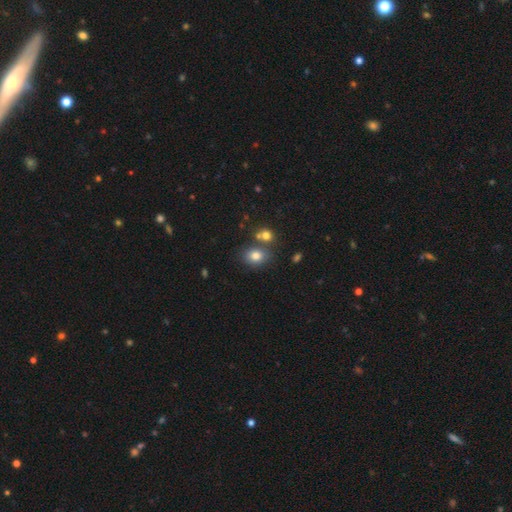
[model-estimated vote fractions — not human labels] Smooth or featured? Predicted: smooth (p=0.79). How rounded? Predicted: round (p=0.51). Merging? Predicted: none (p=0.64).